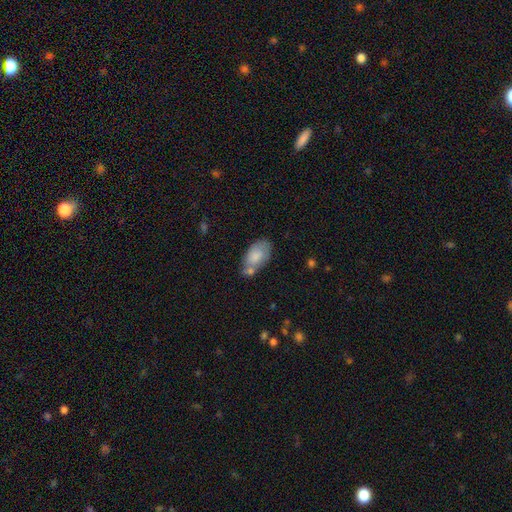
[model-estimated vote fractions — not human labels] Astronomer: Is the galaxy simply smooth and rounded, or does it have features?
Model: smooth — 78%.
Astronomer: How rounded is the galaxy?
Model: in between — 93%.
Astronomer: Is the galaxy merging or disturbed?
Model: none — 44% (runner-up: merger, 26%).